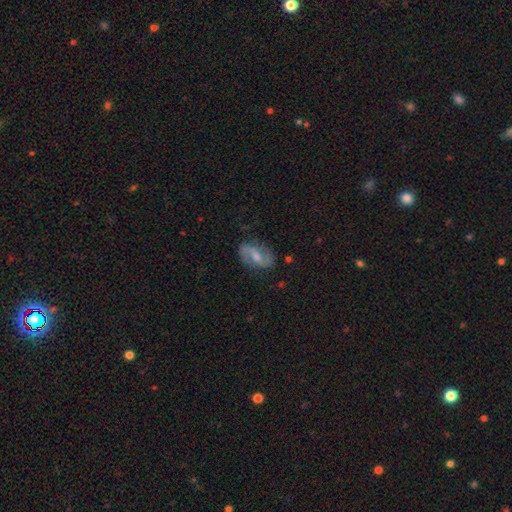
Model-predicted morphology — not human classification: This is likely a featured or disk galaxy (67%). It is clearly not viewed edge-on (95%). Bar: possibly weak (50%). Spiral arm pattern: clearly yes (88%). Spiral arm count: clearly 2 (88%). Spiral winding: possibly loose (52%). Central bulge: marginally moderate (42%). Merging: likely none (76%).